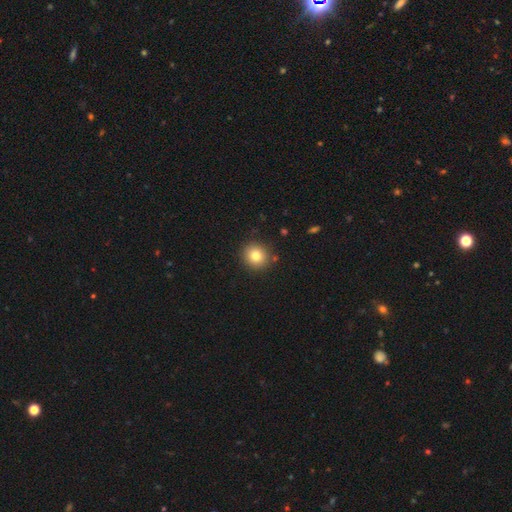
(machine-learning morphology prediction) smooth-or-featured: smooth: 81% | star or artifact: 11% | featured or disk: 8%
  how-rounded: round: 90% | in between: 9% | cigar-shaped: 1%
  merging: none: 89% | minor disturbance: 7% | major disturbance: 2% | merger: 2%